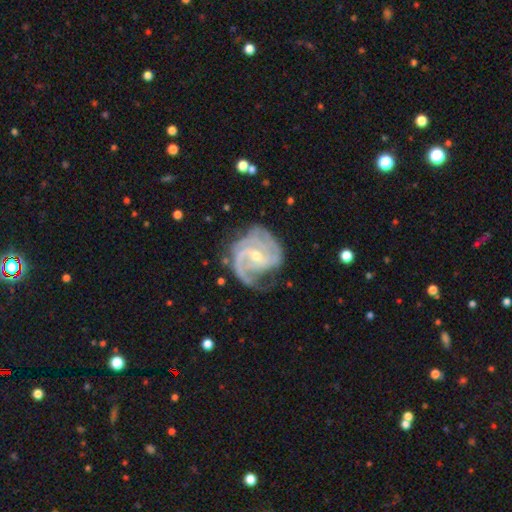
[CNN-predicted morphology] This is clearly a featured or disk galaxy (90%). It is clearly not viewed edge-on (98%). Bar: possibly weak (45%). Spiral arm pattern: clearly yes (98%). Spiral arm count: marginally 2 (37%). Spiral winding: possibly tight (47%). Central bulge: possibly small (57%). Merging: possibly none (59%).